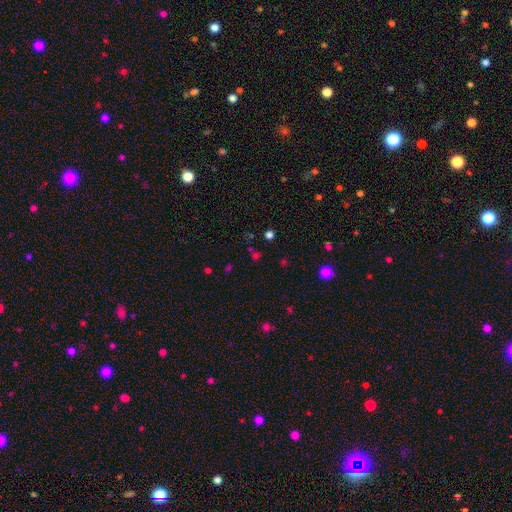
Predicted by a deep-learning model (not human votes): smooth-or-featured: star or artifact: 48% | smooth: 45% | featured or disk: 7%